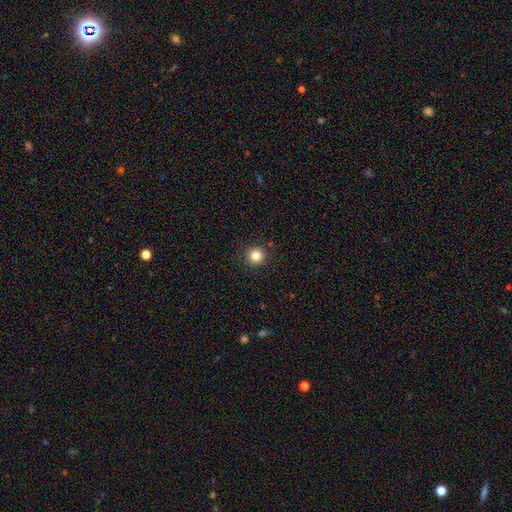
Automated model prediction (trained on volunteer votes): smooth_or_featured: smooth (p=0.83) [alt: star or artifact p=0.12]
how_rounded: round (p=0.94) [alt: in between p=0.05]
merging: none (p=0.91) [alt: minor disturbance p=0.06]